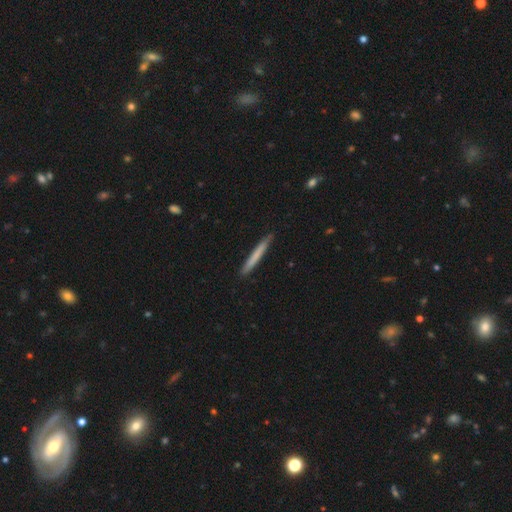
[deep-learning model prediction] The model was most divided on "smooth or featured": smooth: 70%, featured or disk: 25%, star or artifact: 5%. More confident: how rounded — cigar-shaped (97%); merging — none (89%).